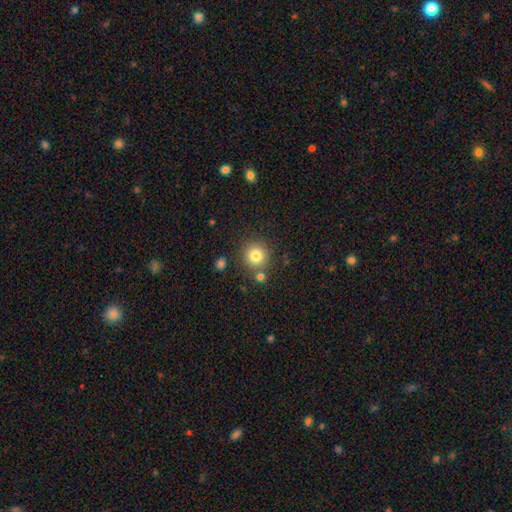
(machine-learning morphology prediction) This appears to be a smooth galaxy with no disk features (82%) that is round (92%). Merging: none (79%).